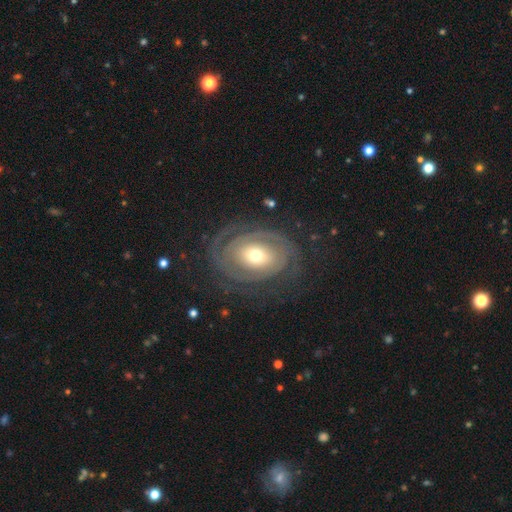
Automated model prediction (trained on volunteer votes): smooth_or_featured: featured or disk (p=0.81) [alt: smooth p=0.14]
disk_edge_on: no (p=0.96) [alt: yes p=0.04]
bar: no (p=0.73) [alt: weak p=0.18]
has_spiral_arms: yes (p=0.85) [alt: no p=0.15]
spiral_winding: tight (p=0.69) [alt: medium p=0.21]
spiral_arm_count: 2 (p=0.44) [alt: can't tell p=0.28]
bulge_size: moderate (p=0.58) [alt: small p=0.31]
merging: none (p=0.72) [alt: minor disturbance p=0.15]